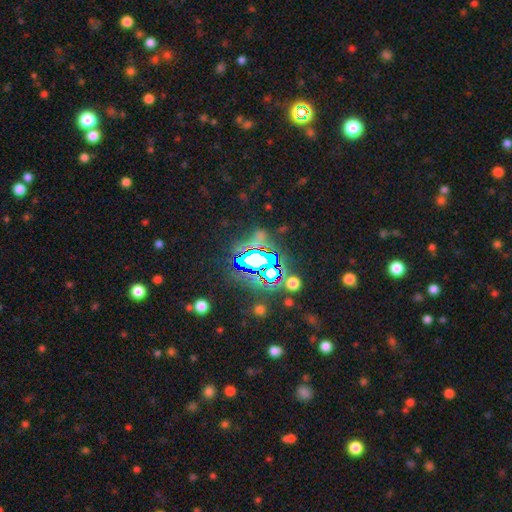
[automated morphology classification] This appears to be a star or artifact, not a galaxy (77%).